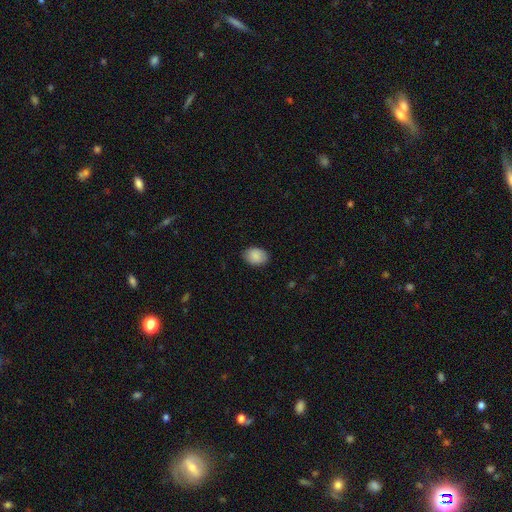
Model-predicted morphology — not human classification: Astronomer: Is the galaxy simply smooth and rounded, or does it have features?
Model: smooth — 88%.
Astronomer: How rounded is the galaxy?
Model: in between — 72%.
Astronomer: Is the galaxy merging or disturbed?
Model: none — 85%.